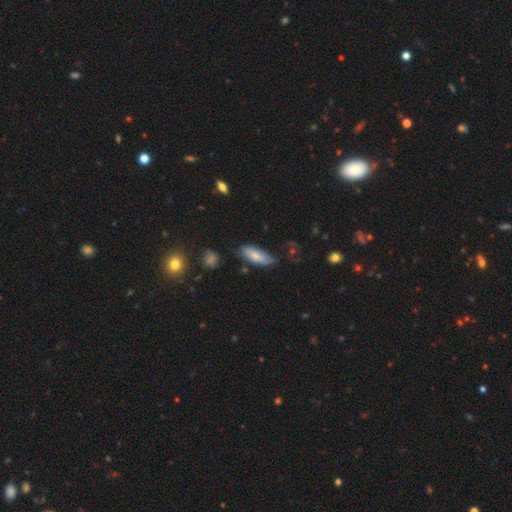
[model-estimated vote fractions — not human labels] Smooth or featured: smooth — 76% (featured or disk — 18%)
How rounded: in between — 69% (cigar-shaped — 29%)
Merging: none — 61% (minor disturbance — 28%)